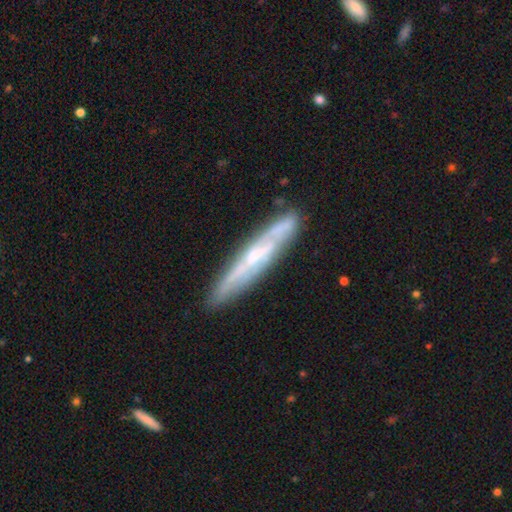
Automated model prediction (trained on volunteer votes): Q: Smooth or featured?
A: featured or disk (67%); runner-up: smooth (27%)
Q: Edge-on disk?
A: yes (74%); runner-up: no (26%)
Q: Merging?
A: none (83%); runner-up: minor disturbance (12%)